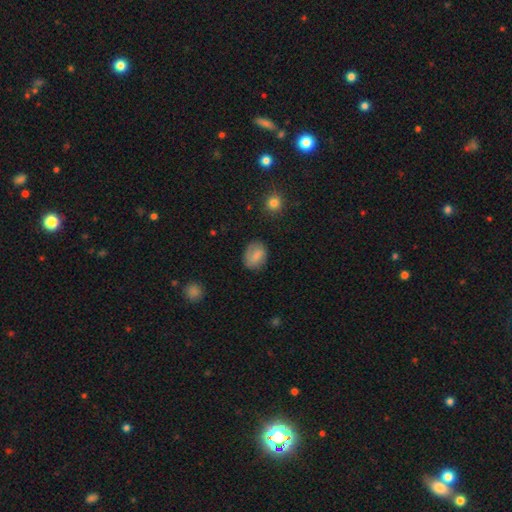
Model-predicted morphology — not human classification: smooth_or_featured: smooth (p=0.78) [alt: featured or disk p=0.14]
how_rounded: in between (p=0.64) [alt: round p=0.34]
merging: none (p=0.76) [alt: minor disturbance p=0.17]